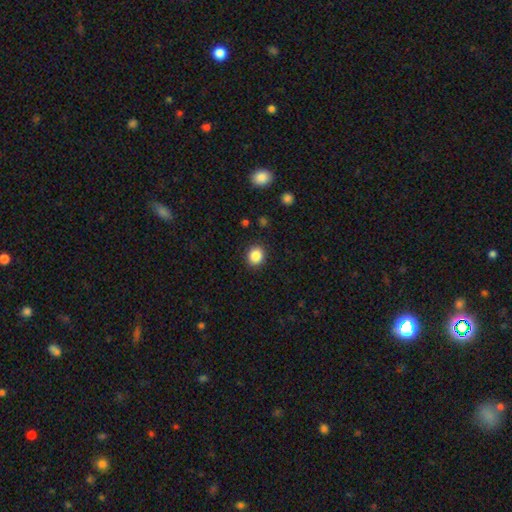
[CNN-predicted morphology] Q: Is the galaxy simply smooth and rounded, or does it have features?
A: smooth — 86%.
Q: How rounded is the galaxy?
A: round — 79%.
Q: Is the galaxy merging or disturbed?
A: none — 90%.